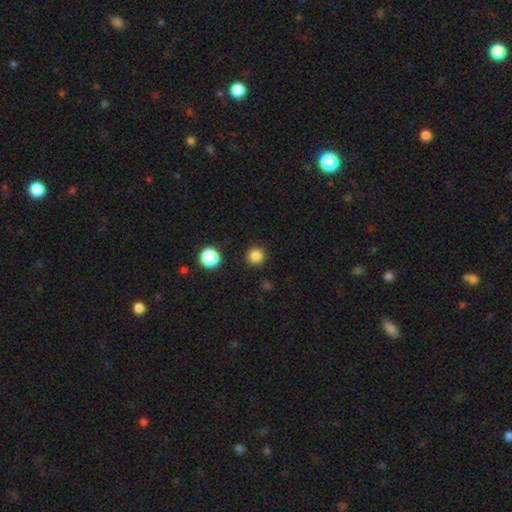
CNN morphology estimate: smooth-or-featured: smooth: 84% | star or artifact: 13% | featured or disk: 4%
  how-rounded: round: 96% | in between: 4% | cigar-shaped: 1%
  merging: none: 92% | minor disturbance: 5% | major disturbance: 2% | merger: 2%